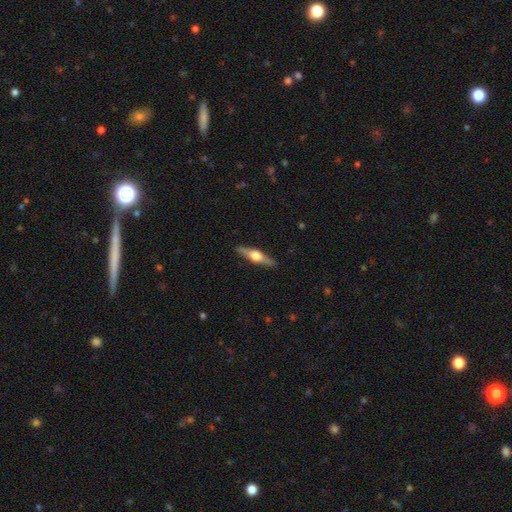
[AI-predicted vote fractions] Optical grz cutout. It shows a featured or disk galaxy (65%) viewed edge-on (96%) with a rounded central bulge (93%). Merging: none (89%).